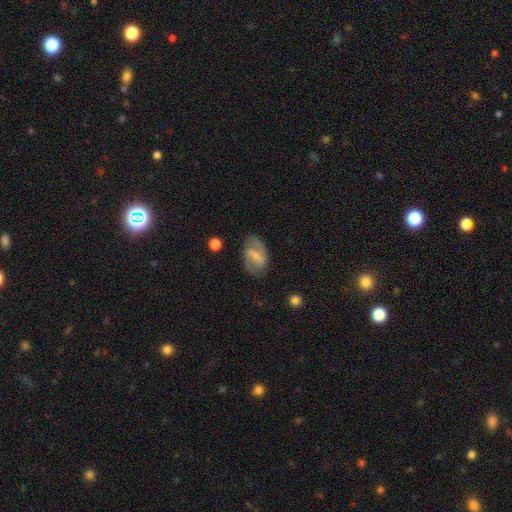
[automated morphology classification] smooth-or-featured: featured or disk: 74% | smooth: 20% | star or artifact: 6%
  disk-edge-on: no: 96% | yes: 4%
    bar: weak: 44% | strong: 42% | no: 13%
    has-spiral-arms: yes: 89% | no: 11%
      spiral-winding: medium: 51% | loose: 26% | tight: 23%
      spiral-arm-count: 2: 88% | can't tell: 7% | 1: 2% | 3: 1% | 4: 1% | more than 4: 1%
    bulge-size: small: 49% | moderate: 28% | none: 18% | large: 3% | dominant: 1%
  merging: none: 76% | minor disturbance: 16% | major disturbance: 6% | merger: 2%